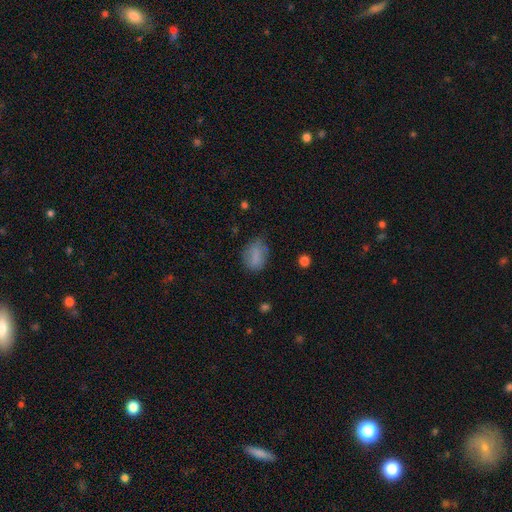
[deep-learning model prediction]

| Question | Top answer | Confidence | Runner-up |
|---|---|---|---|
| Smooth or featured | smooth | 77% | featured or disk (13%) |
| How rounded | in between | 75% | round (22%) |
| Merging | none | 62% | minor disturbance (27%) |